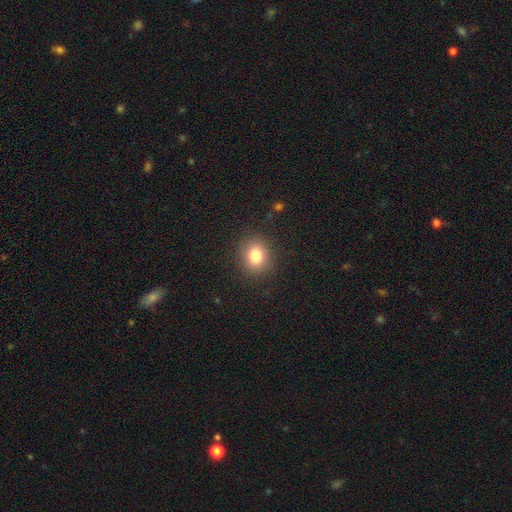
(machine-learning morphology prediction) Smooth or featured: smooth — 81% (star or artifact — 11%)
How rounded: round — 67% (in between — 32%)
Merging: none — 88% (minor disturbance — 8%)